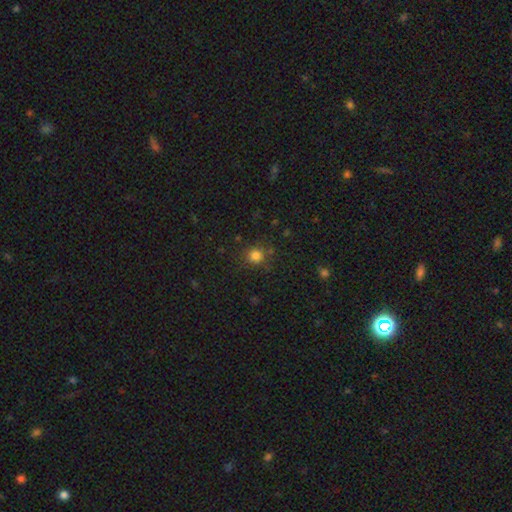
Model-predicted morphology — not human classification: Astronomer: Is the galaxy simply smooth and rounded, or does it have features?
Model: smooth — 80%.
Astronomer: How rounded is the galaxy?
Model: round — 90%.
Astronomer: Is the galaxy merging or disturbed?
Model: none — 82%.